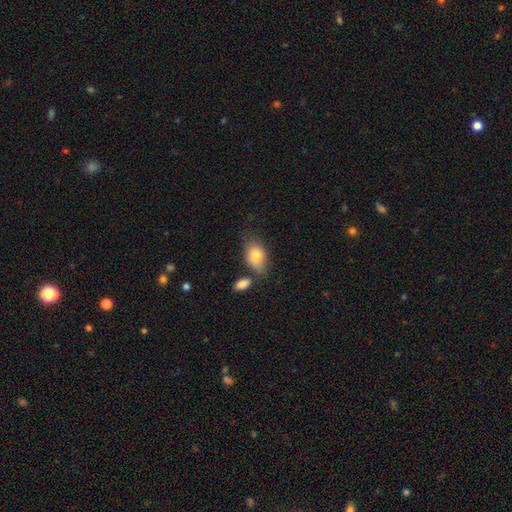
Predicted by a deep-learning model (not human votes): Smooth or featured? Predicted: smooth (p=0.80). How rounded? Predicted: in between (p=0.84). Merging? Predicted: none (p=0.59).